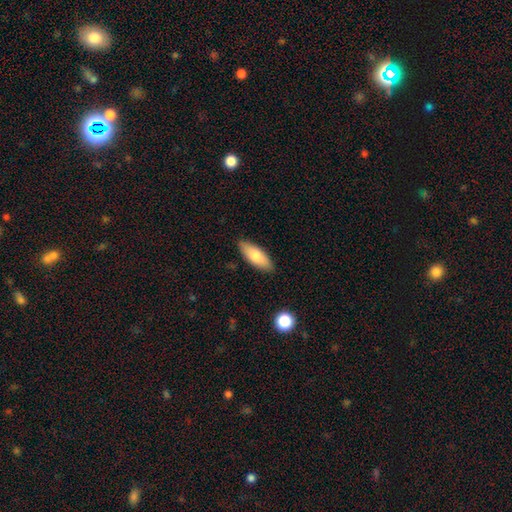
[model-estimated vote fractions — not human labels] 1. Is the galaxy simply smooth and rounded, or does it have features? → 75% smooth, 18% featured or disk, 6% star or artifact.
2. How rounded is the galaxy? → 74% in between, 24% cigar-shaped, 2% round.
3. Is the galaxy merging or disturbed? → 86% none, 10% minor disturbance, 2% major disturbance, 1% merger.